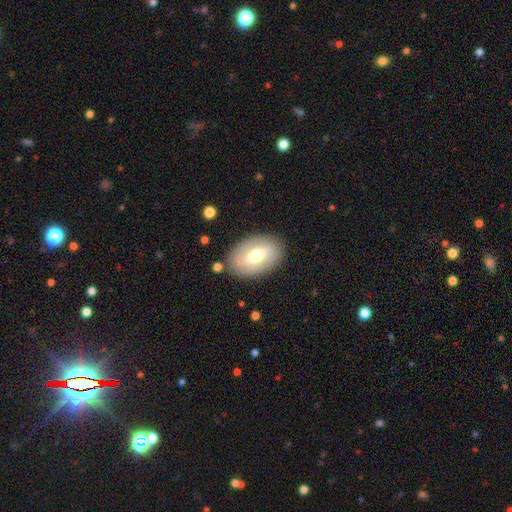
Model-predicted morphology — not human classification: A smooth galaxy with no disk features (52%) that is in between round and cigar-shaped (89%). Merging: none (83%).